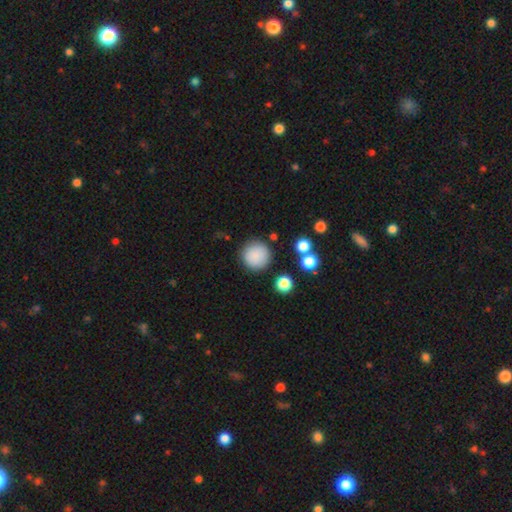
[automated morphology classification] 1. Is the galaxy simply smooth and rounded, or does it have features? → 87% smooth, 9% star or artifact, 5% featured or disk.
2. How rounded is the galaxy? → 95% round, 4% in between, 1% cigar-shaped.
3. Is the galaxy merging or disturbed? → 87% none, 8% minor disturbance, 3% major disturbance, 2% merger.